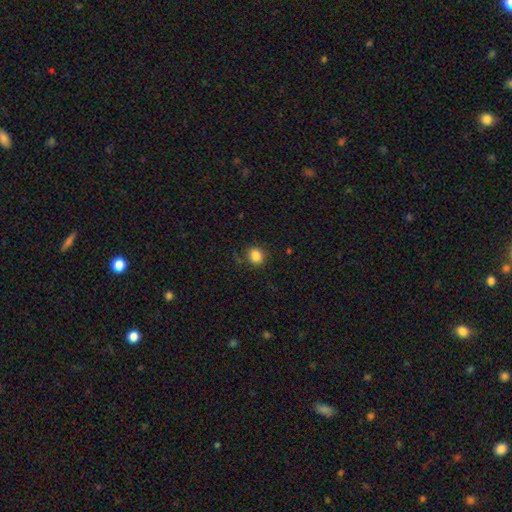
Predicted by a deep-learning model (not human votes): smooth_or_featured: smooth (p=0.85) [alt: star or artifact p=0.10]
how_rounded: round (p=0.78) [alt: in between p=0.21]
merging: none (p=0.83) [alt: minor disturbance p=0.12]